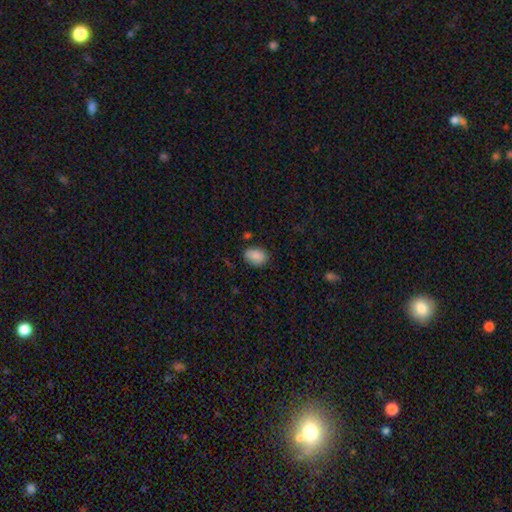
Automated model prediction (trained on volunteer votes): Smooth or featured? smooth (87%)
How rounded? in between (75%)
Merging? none (77%)